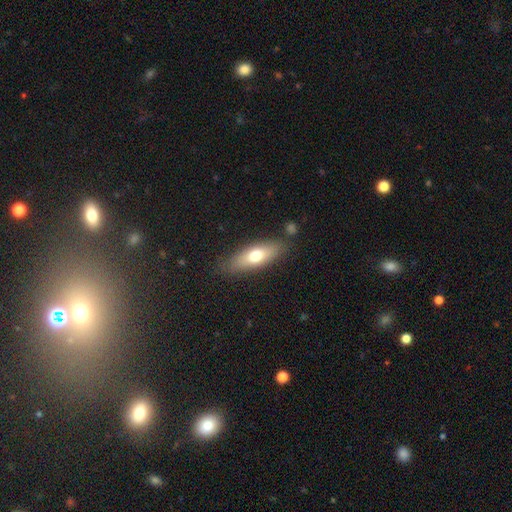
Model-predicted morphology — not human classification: Q: Smooth or featured?
A: smooth (67%); runner-up: featured or disk (27%)
Q: How rounded?
A: in between (56%); runner-up: cigar-shaped (41%)
Q: Merging?
A: none (81%); runner-up: minor disturbance (13%)